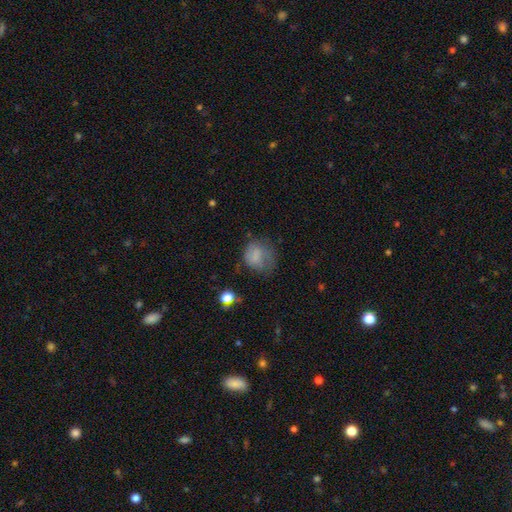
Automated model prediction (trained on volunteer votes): Smooth or featured? smooth (70%)
How rounded? round (64%)
Merging? none (43%)